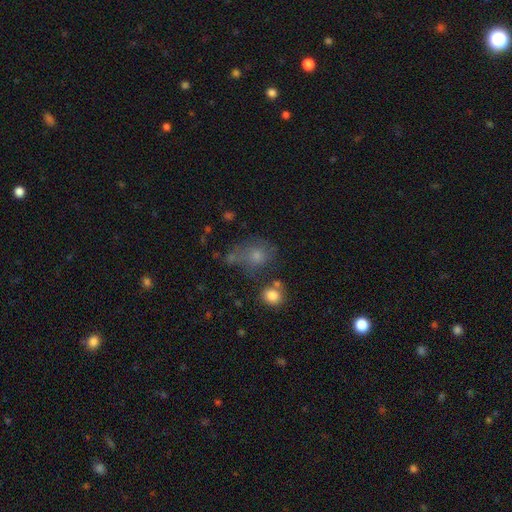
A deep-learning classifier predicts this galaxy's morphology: A smooth galaxy with no disk features (68%) that is round (59%). Merging: none (45%).